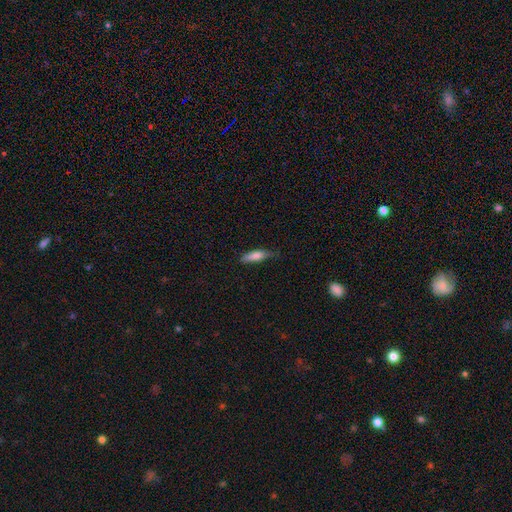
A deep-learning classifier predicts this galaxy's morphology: Smooth or featured? smooth (73%)
How rounded? cigar-shaped (65%)
Merging? none (68%)